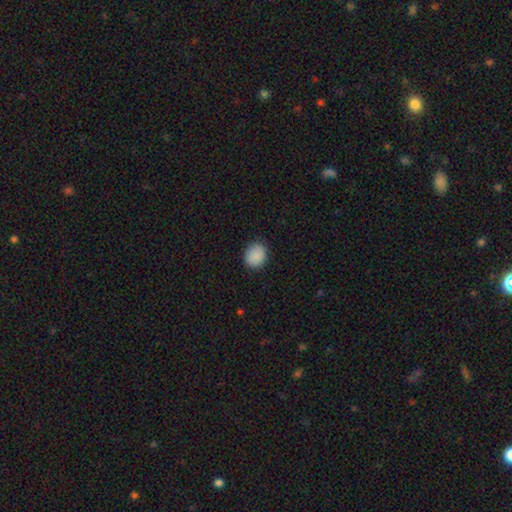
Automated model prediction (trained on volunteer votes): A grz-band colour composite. It shows a smooth galaxy with no disk features (89%) that is round (67%). Merging: none (87%).